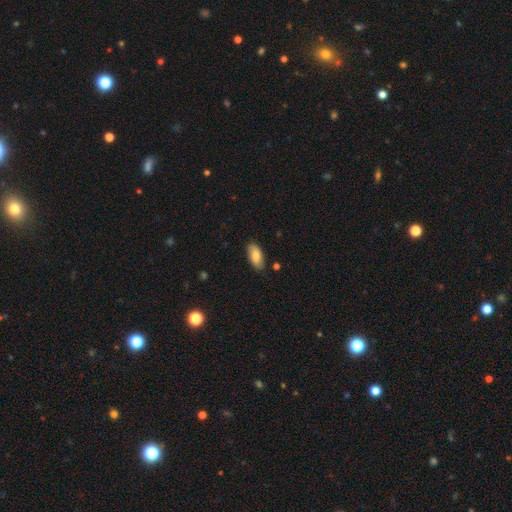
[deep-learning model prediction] smooth 80%, featured or disk 14%, star or artifact 7%. Down the decision tree: how rounded — in between (91%); merging — none (84%).